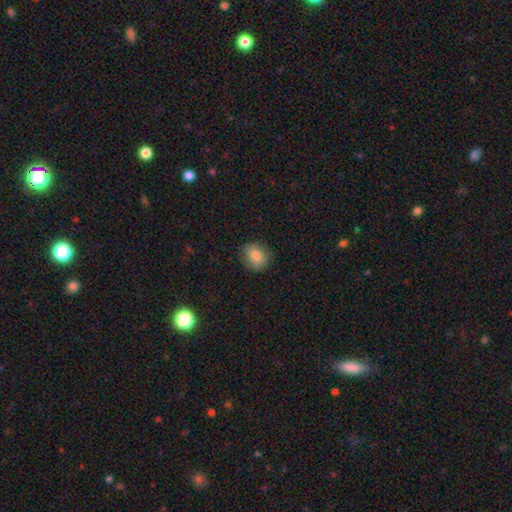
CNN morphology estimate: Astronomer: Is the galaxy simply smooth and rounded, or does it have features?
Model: smooth — 81%.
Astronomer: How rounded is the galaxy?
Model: round — 67%.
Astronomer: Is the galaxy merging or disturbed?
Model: none — 81%.